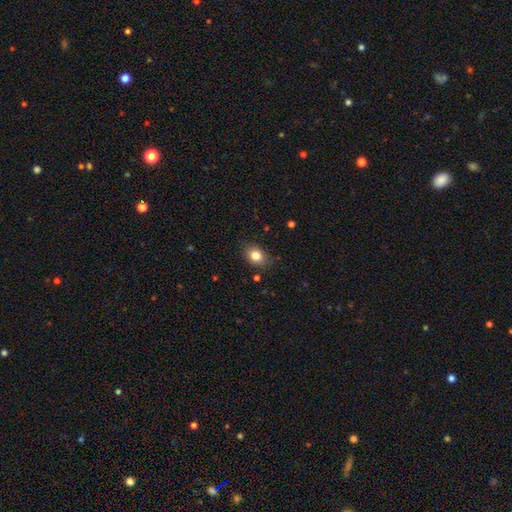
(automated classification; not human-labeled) Smooth or featured? Predicted: smooth (p=0.83). How rounded? Predicted: in between (p=0.62). Merging? Predicted: none (p=0.80).